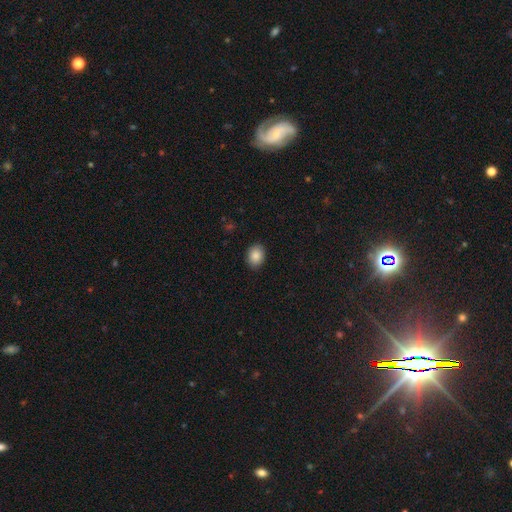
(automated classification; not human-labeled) Morphology: type=smooth (87%); roundness=in between (59%); merging=none (89%).